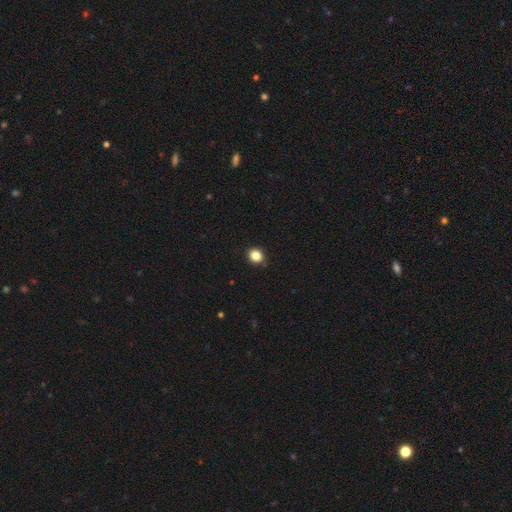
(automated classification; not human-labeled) Smooth or featured? Predicted: smooth (p=0.85). How rounded? Predicted: round (p=0.76). Merging? Predicted: none (p=0.87).